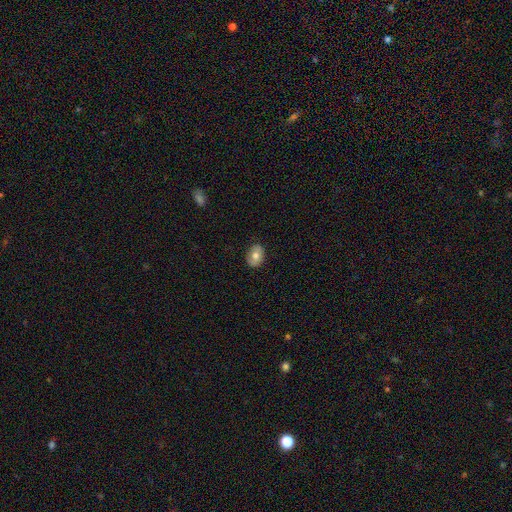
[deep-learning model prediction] Morphology: type=smooth (68%); roundness=in between (75%); merging=none (85%).